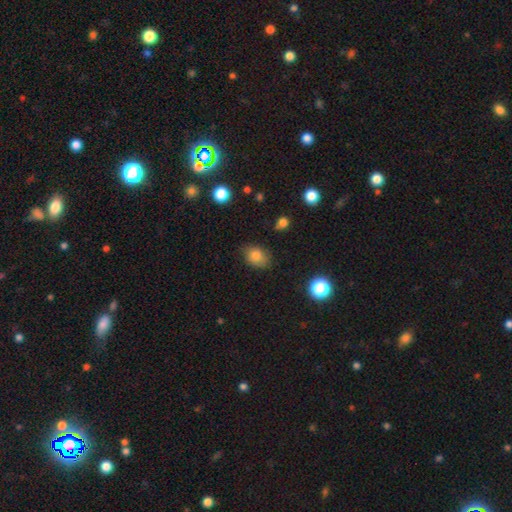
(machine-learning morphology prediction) smooth 81%, star or artifact 11%, featured or disk 8%. Down the decision tree: how rounded — in between (66%); merging — none (75%).